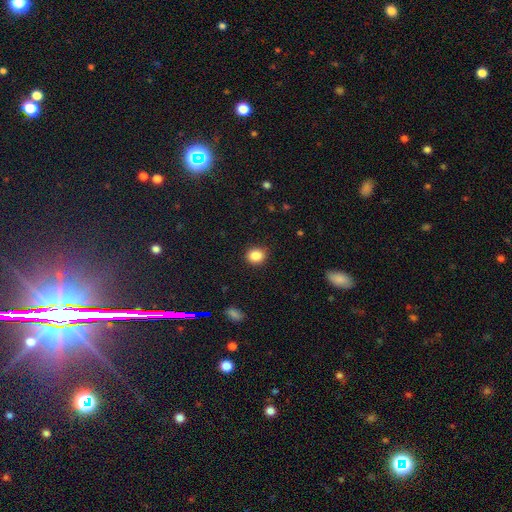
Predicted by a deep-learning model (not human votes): Smooth or featured? Predicted: smooth (p=0.86). How rounded? Predicted: round (p=0.65). Merging? Predicted: none (p=0.88).